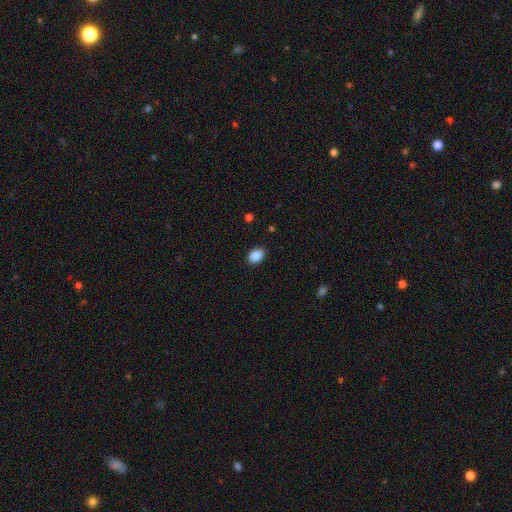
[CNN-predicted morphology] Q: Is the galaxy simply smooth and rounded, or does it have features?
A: smooth — 88%.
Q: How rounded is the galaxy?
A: in between — 75%.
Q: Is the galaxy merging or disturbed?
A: none — 89%.